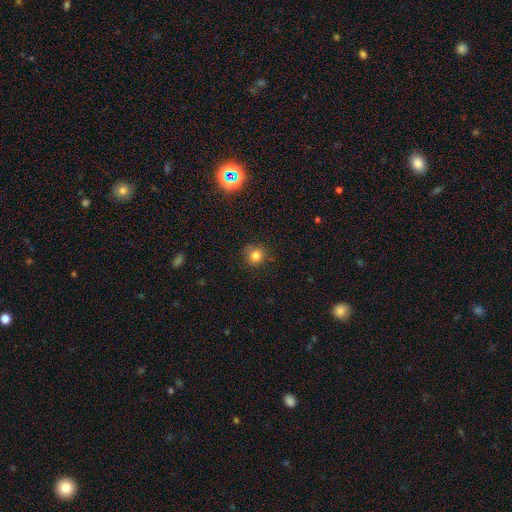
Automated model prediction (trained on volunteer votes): Smooth or featured? smooth (80%)
How rounded? round (88%)
Merging? none (80%)